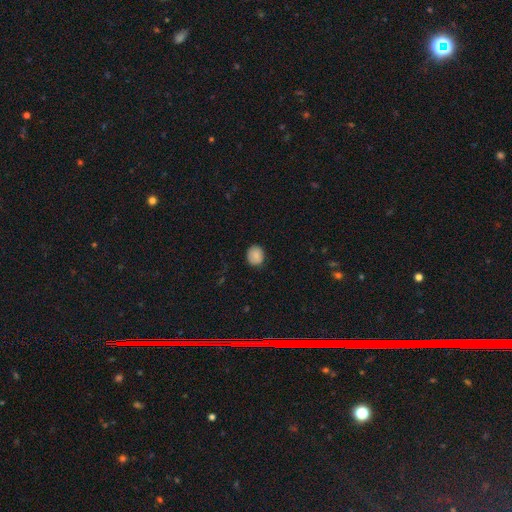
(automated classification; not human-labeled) smooth-or-featured: smooth: 88% | star or artifact: 8% | featured or disk: 4%
  how-rounded: round: 74% | in between: 25% | cigar-shaped: 1%
  merging: none: 85% | minor disturbance: 12% | major disturbance: 2% | merger: 1%